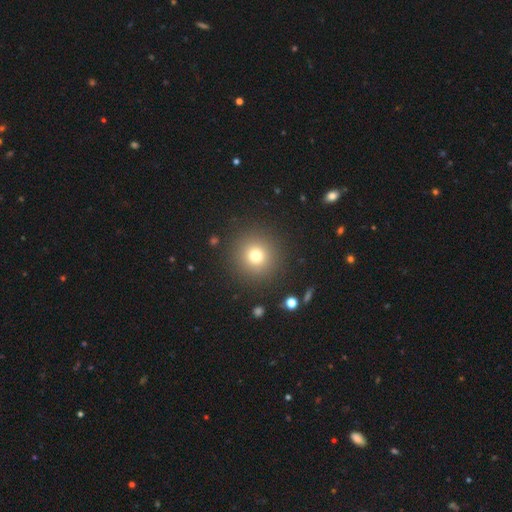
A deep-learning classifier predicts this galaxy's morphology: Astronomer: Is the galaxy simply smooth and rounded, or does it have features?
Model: smooth — 75%.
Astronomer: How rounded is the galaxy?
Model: round — 95%.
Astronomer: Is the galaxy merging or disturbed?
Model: none — 89%.